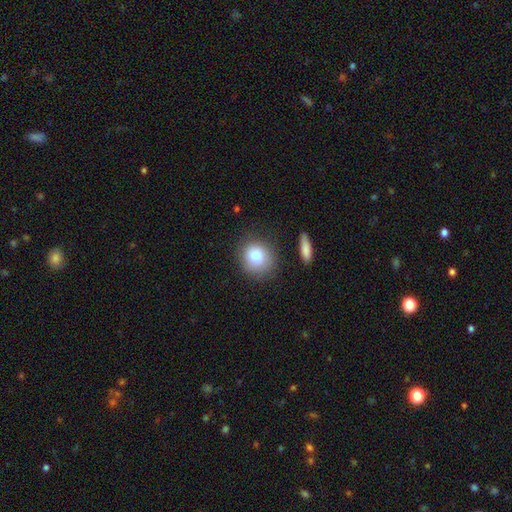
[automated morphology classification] A smooth galaxy with no disk features (82%) that is round (76%). Merging: none (76%).